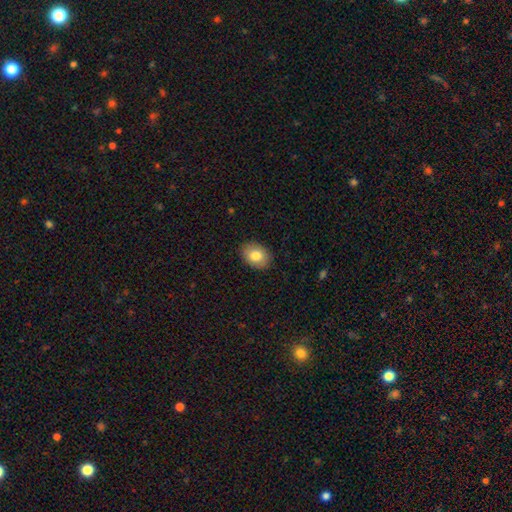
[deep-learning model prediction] A smooth galaxy with no disk features (82%) that is in between round and cigar-shaped (71%).

Vote fractions:
- Smooth or featured? smooth: 82% / featured or disk: 10% / star or artifact: 8%
- How rounded? in between: 71% / round: 28% / cigar-shaped: 1%
- Merging? none: 89% / minor disturbance: 8% / major disturbance: 2% / merger: 1%